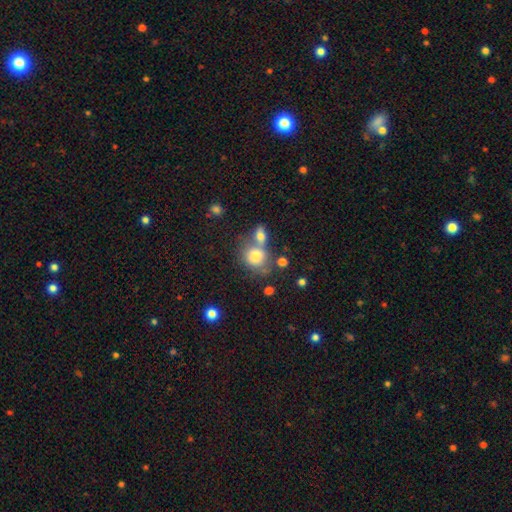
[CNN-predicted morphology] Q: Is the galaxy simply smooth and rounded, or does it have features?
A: smooth — 77%.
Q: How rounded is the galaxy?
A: round — 60%.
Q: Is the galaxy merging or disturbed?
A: merger — 43%.